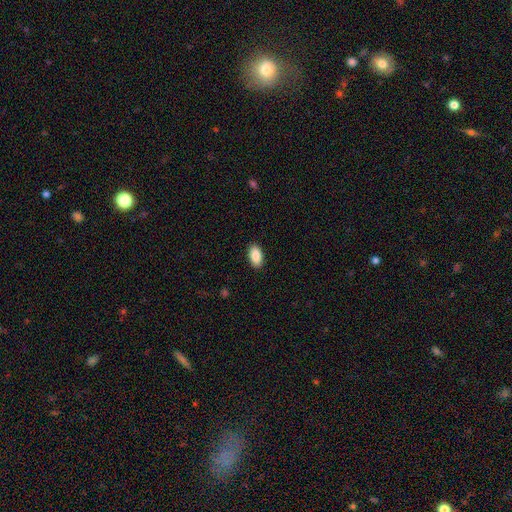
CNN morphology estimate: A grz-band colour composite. It shows a smooth galaxy with no disk features (90%) that is in between round and cigar-shaped (94%). Merging: none (90%).